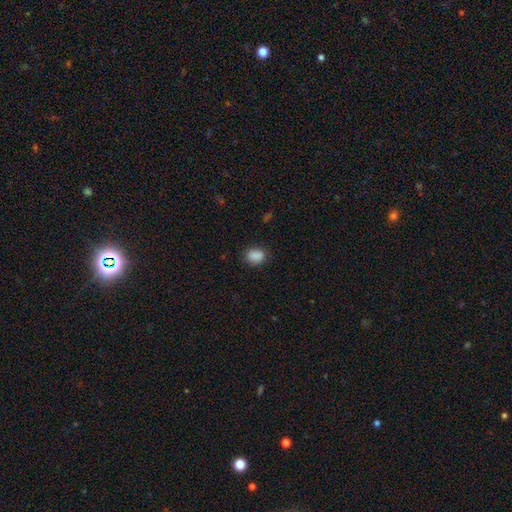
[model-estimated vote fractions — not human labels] smooth_or_featured: smooth (p=0.86) [alt: star or artifact p=0.09]
how_rounded: in between (p=0.62) [alt: round p=0.37]
merging: none (p=0.75) [alt: minor disturbance p=0.17]